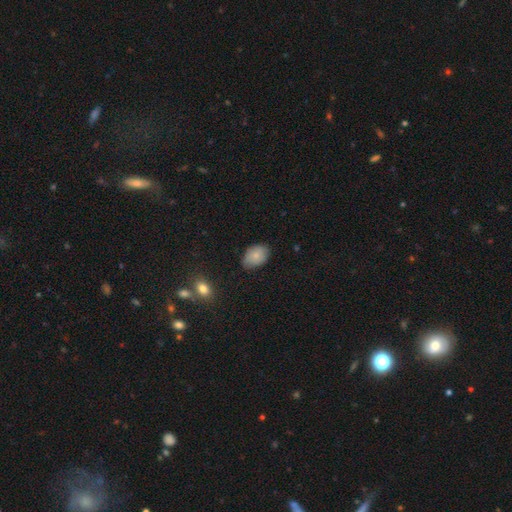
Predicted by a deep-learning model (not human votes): smooth 83%, featured or disk 10%, star or artifact 8%. Down the decision tree: how rounded — in between (85%); merging — none (74%).